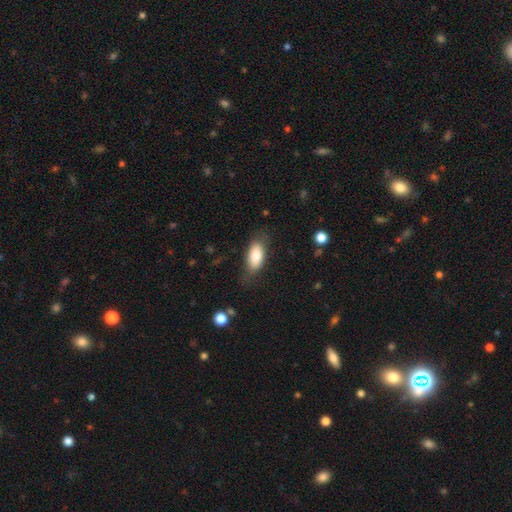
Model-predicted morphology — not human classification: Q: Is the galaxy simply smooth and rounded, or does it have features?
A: smooth — 77%.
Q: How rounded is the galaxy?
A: in between — 88%.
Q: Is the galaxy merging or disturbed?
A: none — 72%.